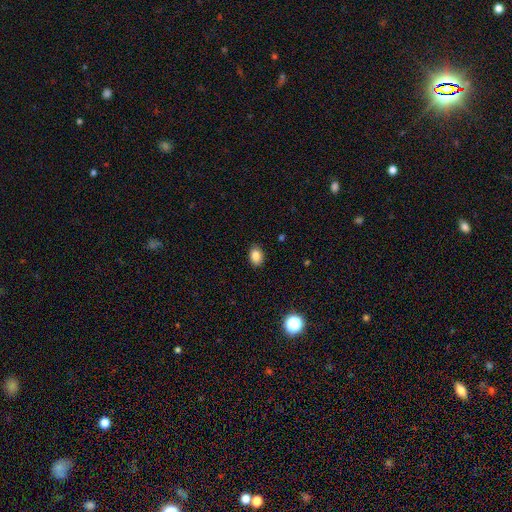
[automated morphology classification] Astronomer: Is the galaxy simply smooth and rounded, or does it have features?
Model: smooth — 85%.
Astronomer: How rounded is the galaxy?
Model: in between — 77%.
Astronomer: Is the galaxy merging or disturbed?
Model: none — 88%.